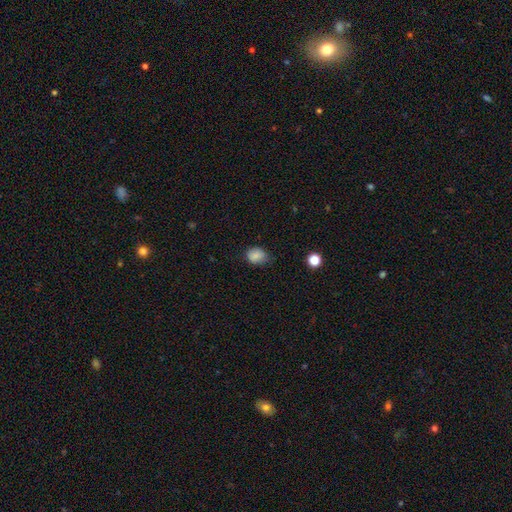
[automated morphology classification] A smooth galaxy with no disk features (84%) that is in between round and cigar-shaped (50%). Merging: none (65%).